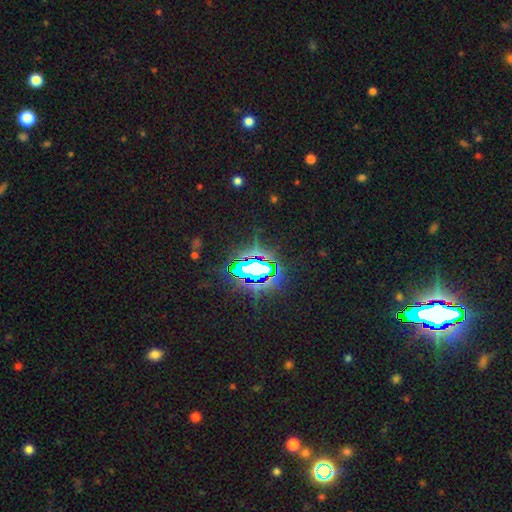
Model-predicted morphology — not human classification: Q: Smooth or featured?
A: star or artifact (78%); runner-up: smooth (11%)